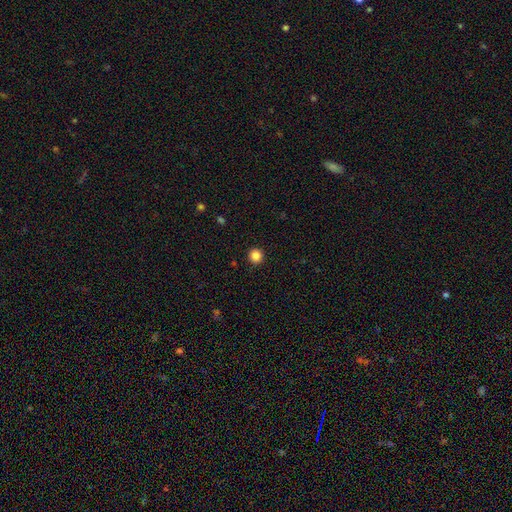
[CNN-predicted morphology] smooth-or-featured: smooth: 85% | star or artifact: 11% | featured or disk: 3%
  how-rounded: round: 95% | in between: 4% | cigar-shaped: 1%
  merging: none: 93% | minor disturbance: 4% | major disturbance: 2% | merger: 1%